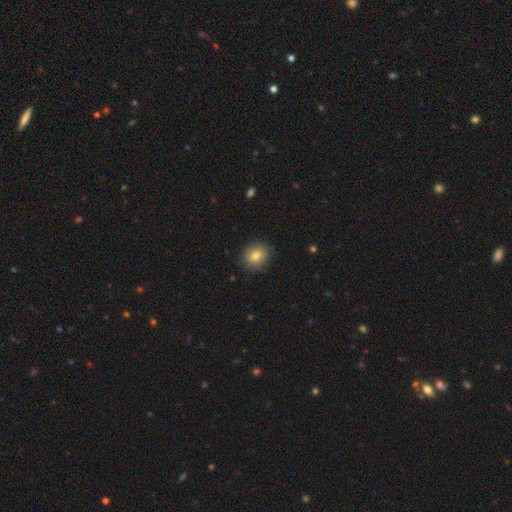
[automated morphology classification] type=smooth (80%); roundness=round (78%); merging=none (88%).